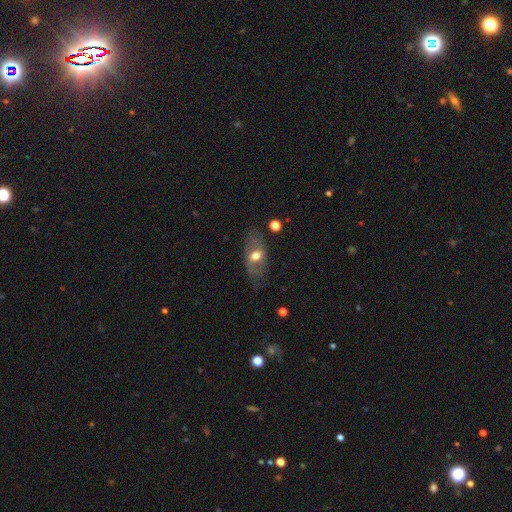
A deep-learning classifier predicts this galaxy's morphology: Smooth or featured: smooth — 49% (featured or disk — 43%)
Merging: none — 74% (minor disturbance — 18%)